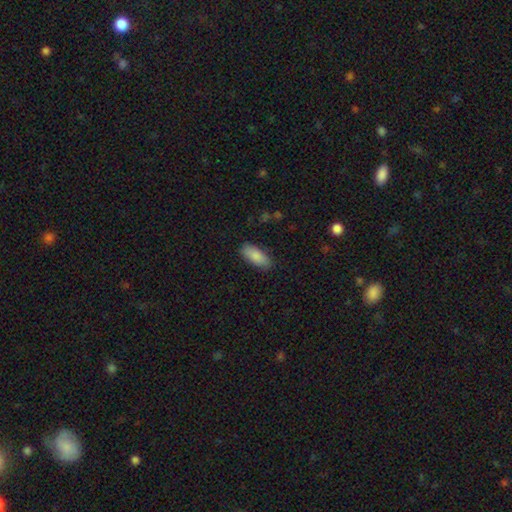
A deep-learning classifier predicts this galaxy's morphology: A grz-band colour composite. It shows a smooth galaxy with no disk features (87%) that is in between round and cigar-shaped (86%). Merging: none (85%).